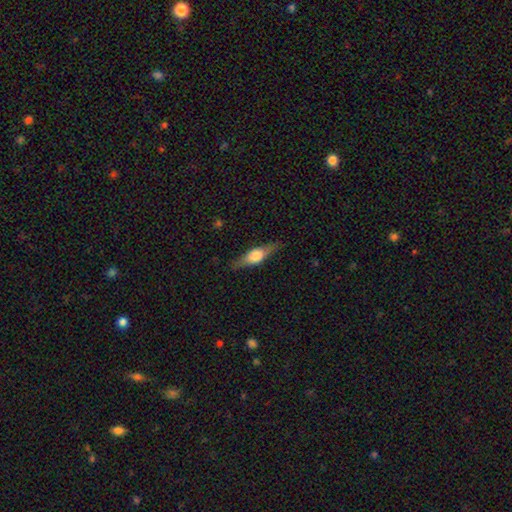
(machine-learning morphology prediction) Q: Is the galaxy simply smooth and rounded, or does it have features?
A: featured or disk — 52%.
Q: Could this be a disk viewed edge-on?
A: yes — 92%.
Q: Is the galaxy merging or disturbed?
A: none — 83%.